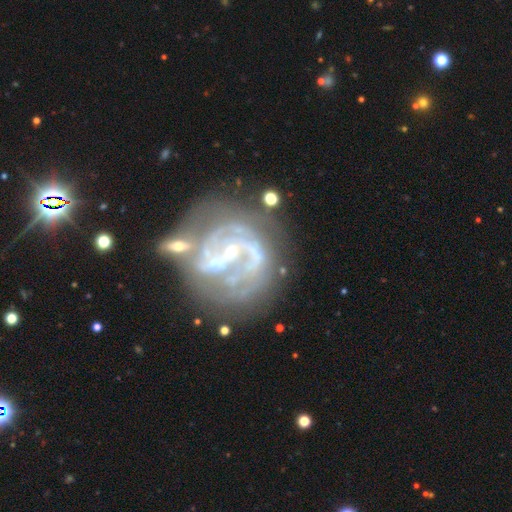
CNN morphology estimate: The model was most divided on "bar": no: 37%, weak: 36%, strong: 27%. Remaining: edge-on disk — no (98%); spiral arms — yes (90%); smooth or featured — featured or disk (83%); bulge size — small (67%); merging — none (44%); spiral winding — tight (43%); spiral arm count — 2 (34%).